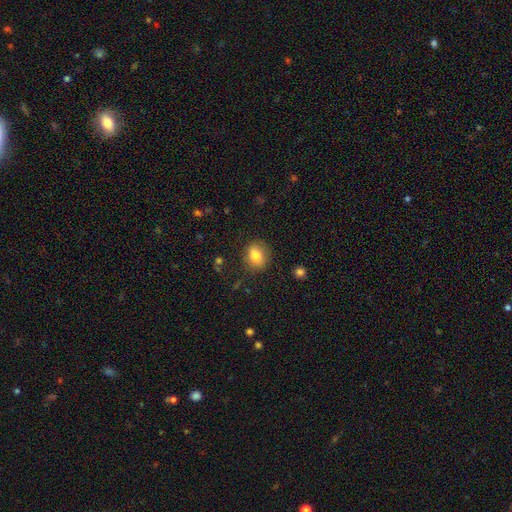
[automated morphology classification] This is clearly a smooth galaxy (80%). How rounded: possibly in between (50%). Merging: clearly none (82%).